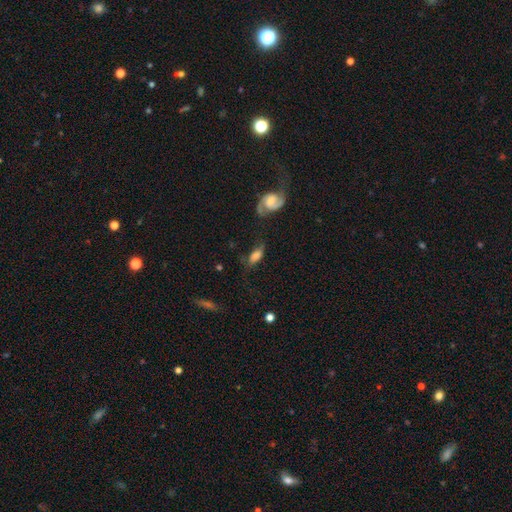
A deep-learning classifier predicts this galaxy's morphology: type=smooth (60%); roundness=in between (81%); merging=none (48%).